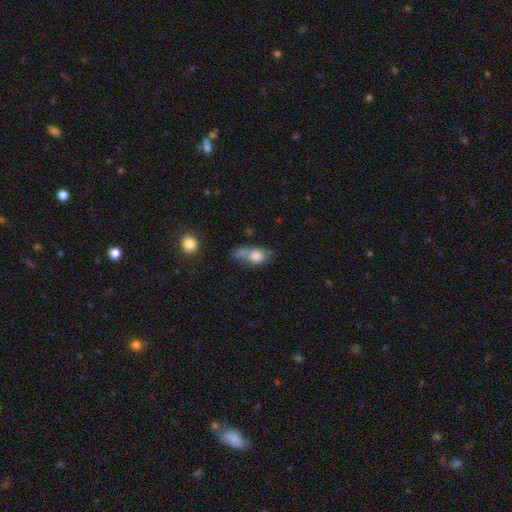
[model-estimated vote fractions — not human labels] smooth-or-featured: smooth: 73% | featured or disk: 17% | star or artifact: 10%
  how-rounded: in between: 64% | round: 29% | cigar-shaped: 7%
  merging: merger: 31% | none: 28% | major disturbance: 21% | minor disturbance: 21%